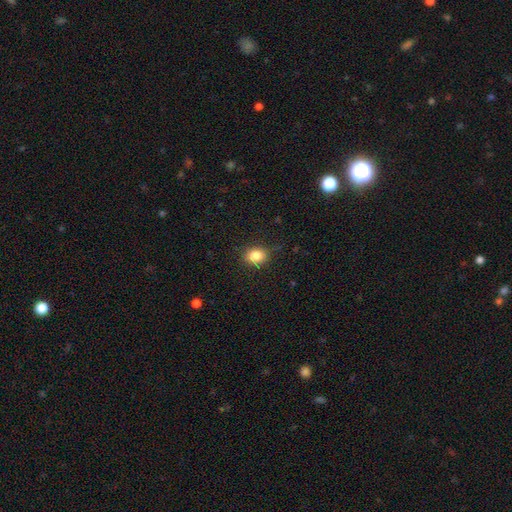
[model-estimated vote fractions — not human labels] smooth-or-featured: smooth: 84% | star or artifact: 10% | featured or disk: 6%
  how-rounded: in between: 50% | round: 49% | cigar-shaped: 1%
  merging: none: 80% | minor disturbance: 15% | major disturbance: 3% | merger: 1%